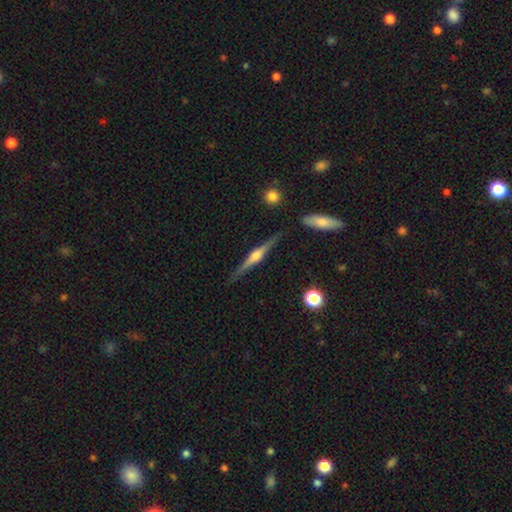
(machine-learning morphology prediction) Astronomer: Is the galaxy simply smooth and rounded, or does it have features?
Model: featured or disk — 83%.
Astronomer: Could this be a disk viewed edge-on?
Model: yes — 98%.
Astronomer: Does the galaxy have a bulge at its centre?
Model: rounded — 91%.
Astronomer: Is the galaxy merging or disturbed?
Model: none — 88%.